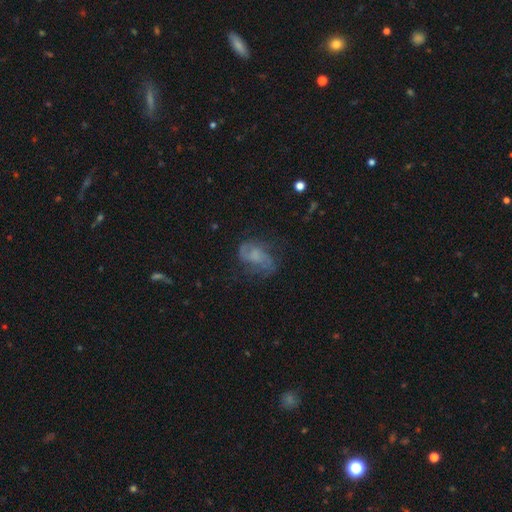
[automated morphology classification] Smooth or featured: featured or disk — 58% (smooth — 30%)
Edge-on disk: no — 96% (yes — 4%)
Bar: no — 65% (weak — 29%)
Spiral arms: yes — 78% (no — 22%)
Bulge size: none — 49% (small — 20%)
Merging: none — 52% (major disturbance — 23%)